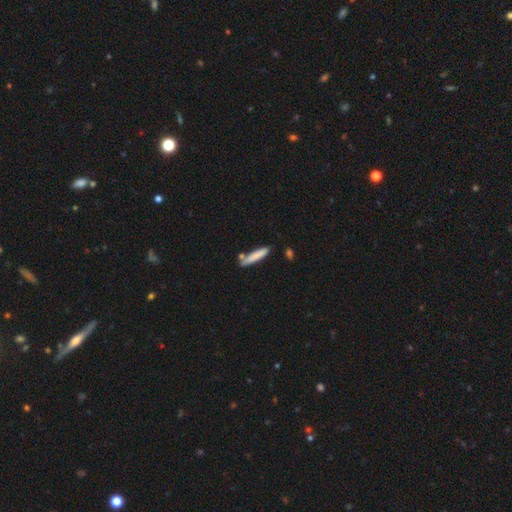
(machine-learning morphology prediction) Smooth or featured? Predicted: smooth (p=0.78). How rounded? Predicted: cigar-shaped (p=0.89). Merging? Predicted: none (p=0.73).